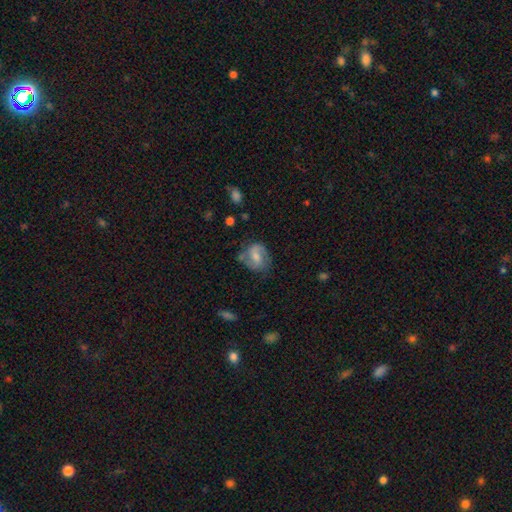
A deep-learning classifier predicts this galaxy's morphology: This is possibly a featured or disk galaxy (57%). It is clearly not viewed edge-on (97%). Bar: possibly weak (49%). Spiral arm pattern: clearly yes (85%). Central bulge: possibly moderate (48%). Merging: likely none (60%).